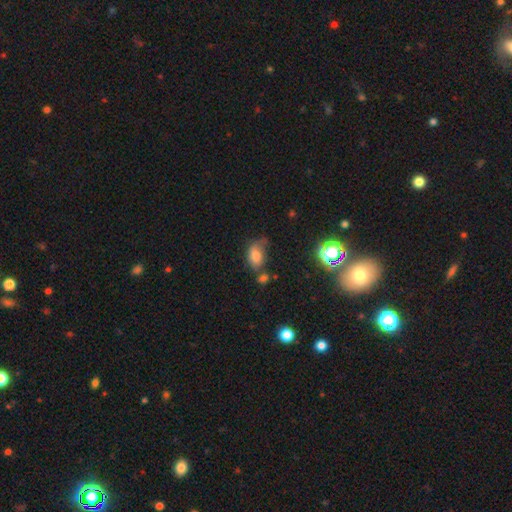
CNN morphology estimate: Smooth or featured? Predicted: smooth (p=0.72). How rounded? Predicted: in between (p=0.83). Merging? Predicted: none (p=0.36).